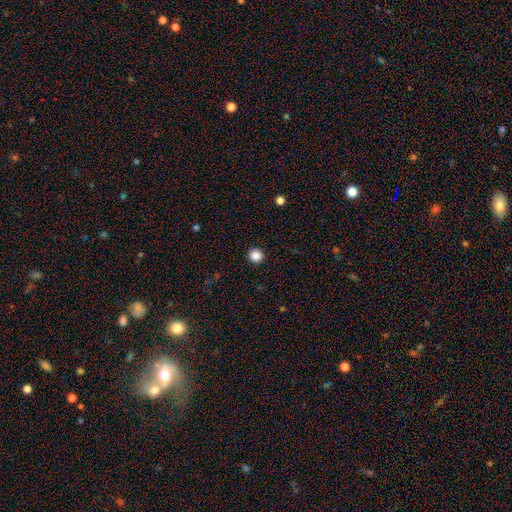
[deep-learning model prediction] smooth-or-featured: smooth: 87% | star or artifact: 11% | featured or disk: 3%
  how-rounded: round: 95% | in between: 5% | cigar-shaped: 1%
  merging: none: 92% | minor disturbance: 5% | major disturbance: 2% | merger: 1%